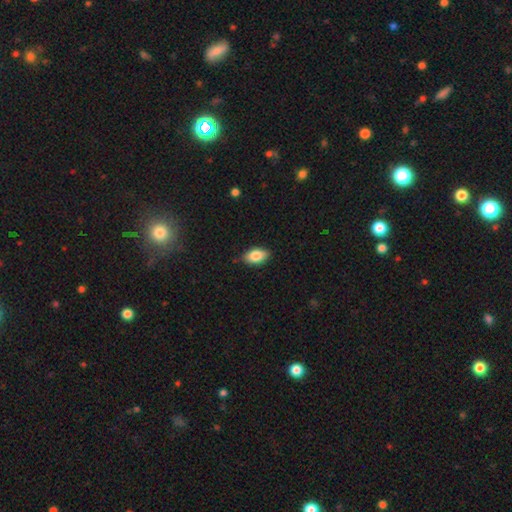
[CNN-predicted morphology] A smooth galaxy with no disk features (84%) that is in between round and cigar-shaped (91%).

Vote fractions:
- Smooth or featured? smooth: 84% / featured or disk: 9% / star or artifact: 7%
- How rounded? in between: 91% / round: 7% / cigar-shaped: 3%
- Merging? none: 81% / minor disturbance: 15% / major disturbance: 2% / merger: 1%